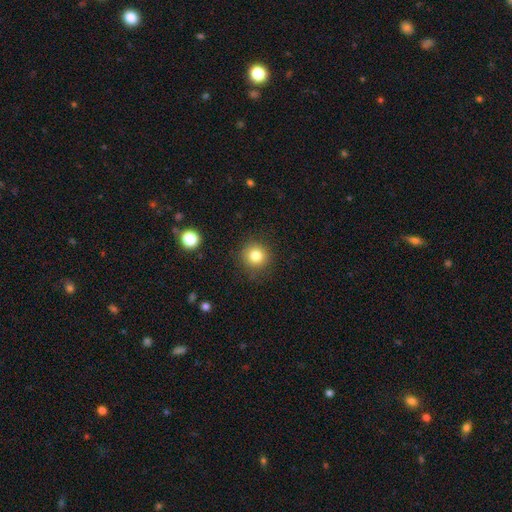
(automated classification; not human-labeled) This appears to be a smooth galaxy with no disk features (82%) that is round (92%). Merging: none (88%).